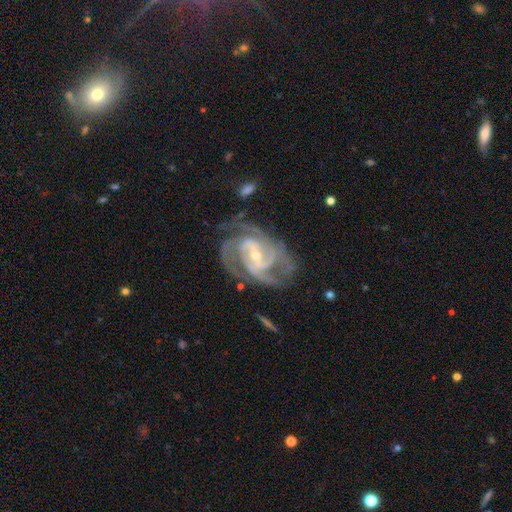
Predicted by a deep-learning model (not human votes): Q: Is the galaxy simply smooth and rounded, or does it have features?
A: featured or disk — 92%.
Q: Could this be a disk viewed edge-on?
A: no — 97%.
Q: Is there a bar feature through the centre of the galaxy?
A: weak — 43%.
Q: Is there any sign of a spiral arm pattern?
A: yes — 98%.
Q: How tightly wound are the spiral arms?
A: tight — 50%.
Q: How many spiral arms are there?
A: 3 — 36%.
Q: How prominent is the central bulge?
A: small — 68%.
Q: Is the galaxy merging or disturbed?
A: none — 65%.